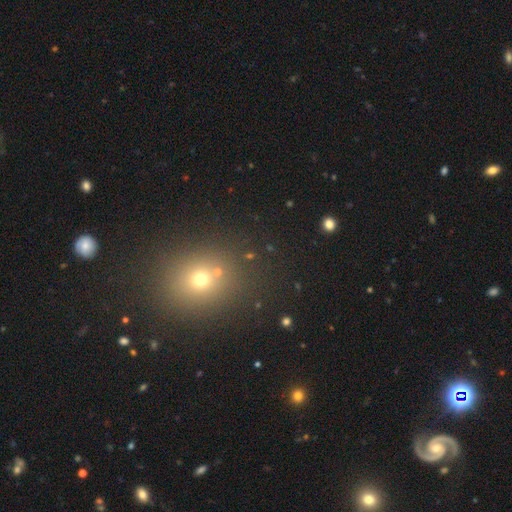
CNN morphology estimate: Q: Smooth or featured?
A: smooth (49%); runner-up: star or artifact (41%)
Q: Merging?
A: none (79%); runner-up: merger (9%)